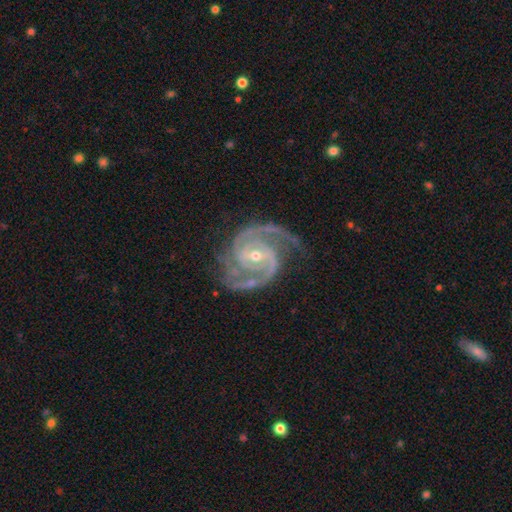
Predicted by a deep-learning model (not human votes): Overall: featured or disk (93%). Edge-on disk: no (98%). Bar: no (41%; weak 38%). Spiral arms: yes (99%). Spiral arm count: 2 (66%). Spiral winding: tight (48%; medium 45%). Bulge size: small (57%; moderate 41%). Merging: none (70%).